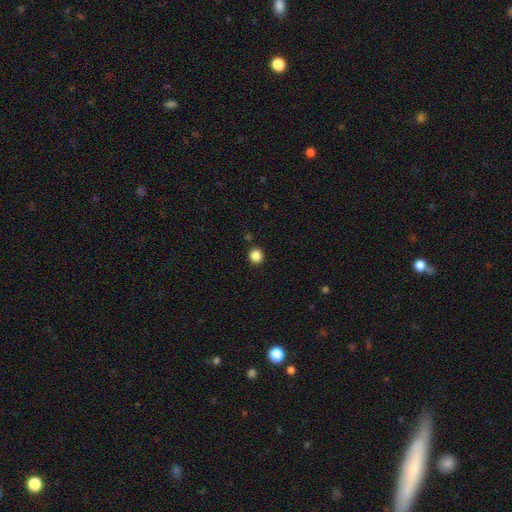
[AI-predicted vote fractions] Smooth or featured? Predicted: smooth (p=0.86). How rounded? Predicted: round (p=0.92). Merging? Predicted: none (p=0.91).